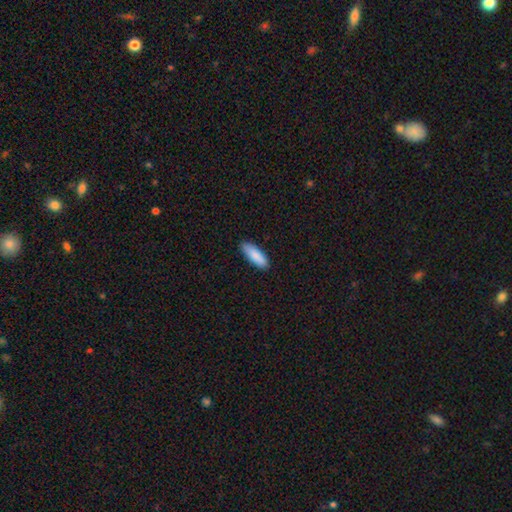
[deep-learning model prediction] Q: Smooth or featured?
A: smooth (88%); runner-up: featured or disk (6%)
Q: How rounded?
A: in between (59%); runner-up: cigar-shaped (39%)
Q: Merging?
A: none (87%); runner-up: minor disturbance (11%)